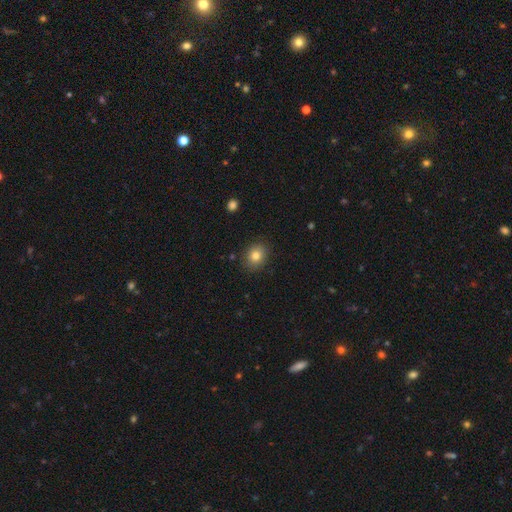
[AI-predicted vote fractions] Smooth or featured: smooth — 81% (star or artifact — 11%)
How rounded: round — 61% (in between — 39%)
Merging: none — 88% (minor disturbance — 9%)